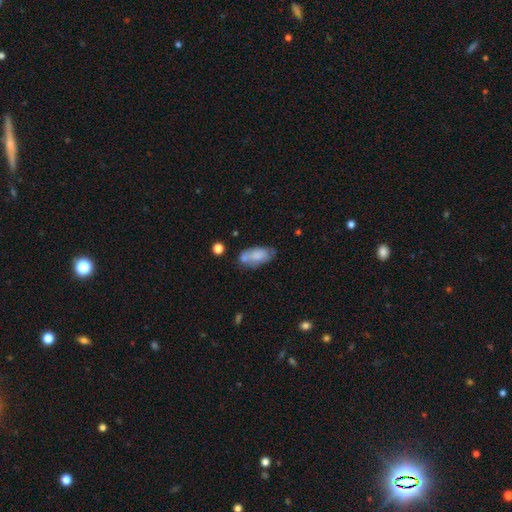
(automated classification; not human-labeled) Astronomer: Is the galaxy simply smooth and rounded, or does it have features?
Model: smooth — 70%.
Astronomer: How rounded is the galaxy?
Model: in between — 89%.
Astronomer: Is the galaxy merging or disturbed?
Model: none — 52%.